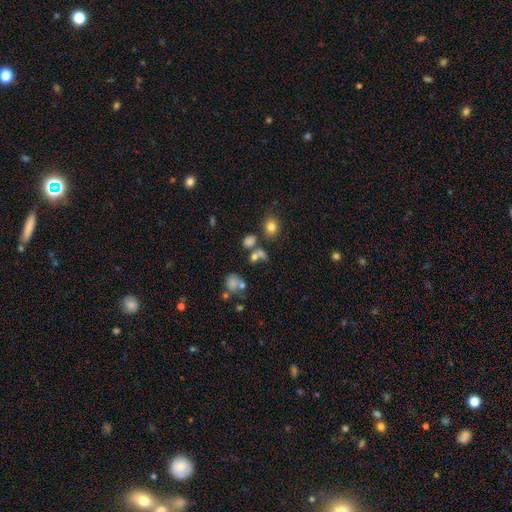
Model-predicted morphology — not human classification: Smooth or featured?
  - smooth: 64% *
  - star or artifact: 20%
  - featured or disk: 16%
How rounded?
  - in between: 50% *
  - round: 47%
  - cigar-shaped: 3%
Merging?
  - none: 38% *
  - merger: 37%
  - minor disturbance: 13%
  - major disturbance: 12%